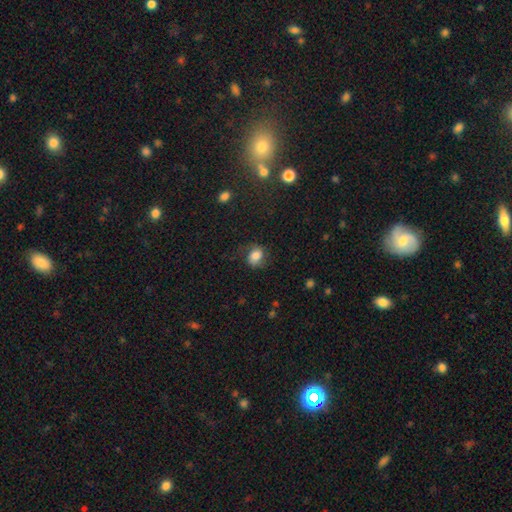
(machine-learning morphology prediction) smooth_or_featured: smooth (p=0.73) [alt: featured or disk p=0.17]
how_rounded: round (p=0.50) [alt: in between p=0.49]
merging: none (p=0.65) [alt: minor disturbance p=0.22]